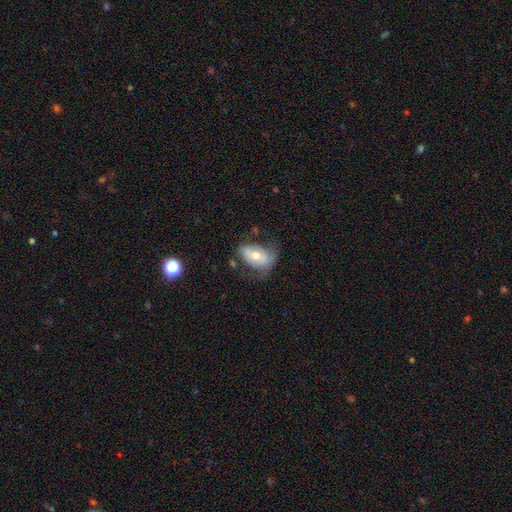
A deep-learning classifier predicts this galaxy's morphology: Q: Smooth or featured?
A: smooth (48%); runner-up: featured or disk (44%)
Q: Merging?
A: none (43%); runner-up: minor disturbance (31%)